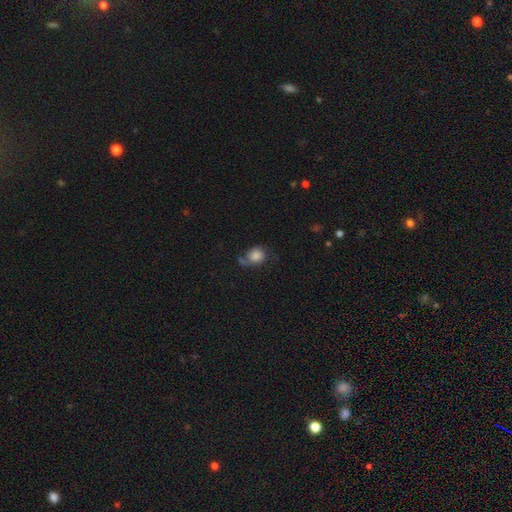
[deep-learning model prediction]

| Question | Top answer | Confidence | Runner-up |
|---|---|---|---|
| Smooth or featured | smooth | 70% | featured or disk (20%) |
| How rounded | round | 67% | in between (32%) |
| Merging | none | 46% | minor disturbance (26%) |